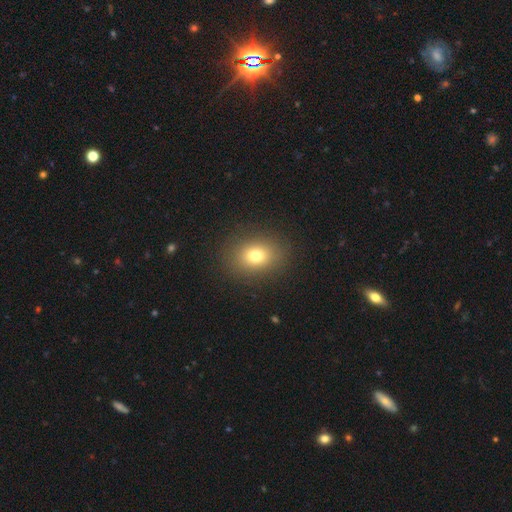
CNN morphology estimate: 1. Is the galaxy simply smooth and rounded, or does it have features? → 76% smooth, 13% star or artifact, 11% featured or disk.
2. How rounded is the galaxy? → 54% round, 45% in between, 1% cigar-shaped.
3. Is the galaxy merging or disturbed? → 88% none, 7% minor disturbance, 4% major disturbance, 1% merger.